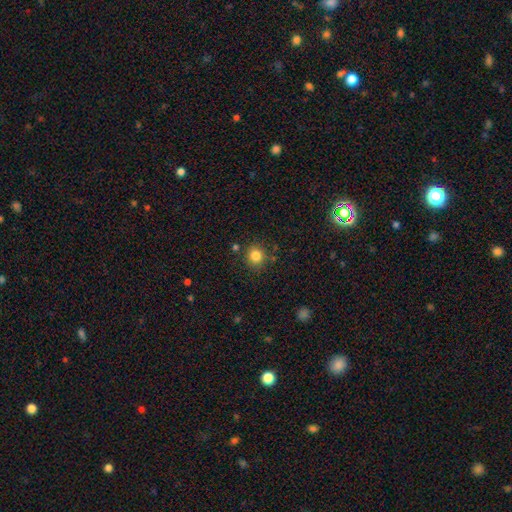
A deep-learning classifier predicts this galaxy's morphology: A smooth galaxy with no disk features (83%) that is round (89%). Merging: none (85%).